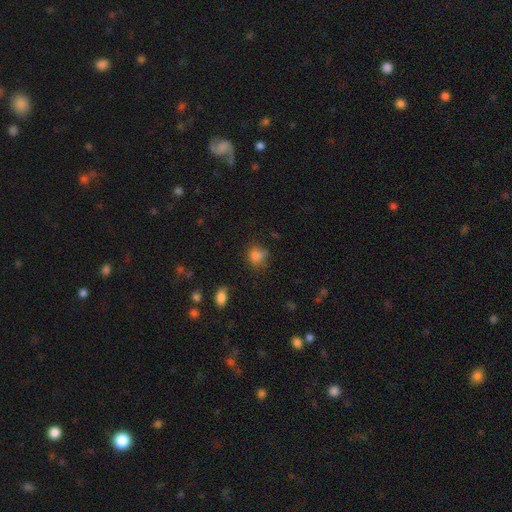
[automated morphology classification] type=smooth (80%); roundness=round (64%); merging=none (59%).